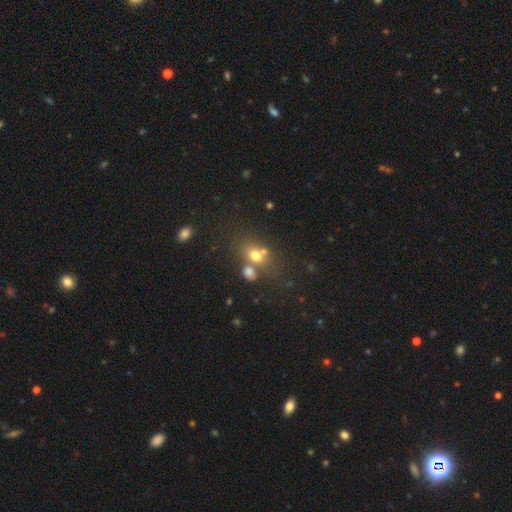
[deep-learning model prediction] Smooth or featured? Predicted: smooth (p=0.66). How rounded? Predicted: in between (p=0.53). Merging? Predicted: none (p=0.45).